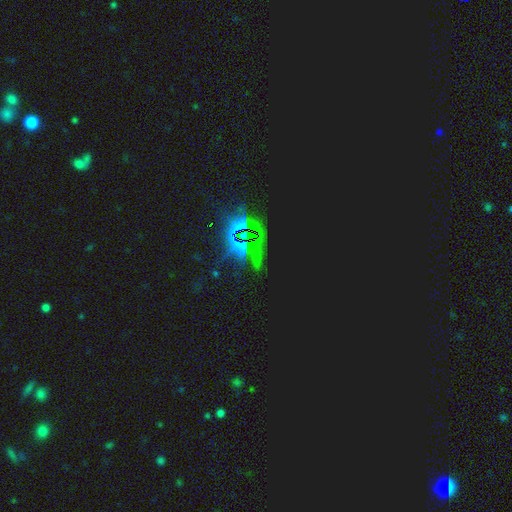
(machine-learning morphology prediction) Overall: star or artifact (84%).